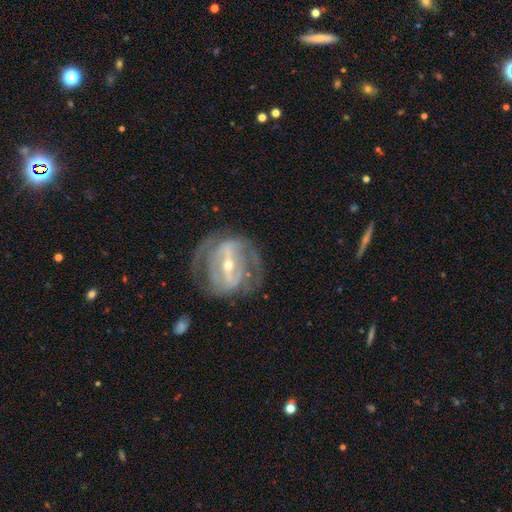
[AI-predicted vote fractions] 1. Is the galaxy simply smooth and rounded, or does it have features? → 77% featured or disk, 12% star or artifact, 11% smooth.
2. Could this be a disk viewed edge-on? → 90% no, 10% yes.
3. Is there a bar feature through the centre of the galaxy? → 57% strong, 29% weak, 14% no.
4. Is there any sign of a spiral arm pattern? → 79% yes, 21% no.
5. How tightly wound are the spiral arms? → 57% tight, 30% medium, 13% loose.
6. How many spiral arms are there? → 39% can't tell, 35% 2, 11% 3, 6% 4, 5% 1, 5% more than 4.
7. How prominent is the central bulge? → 62% small, 34% moderate, 2% large, 1% none, 1% dominant.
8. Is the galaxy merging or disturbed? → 71% none, 15% minor disturbance, 12% major disturbance, 2% merger.